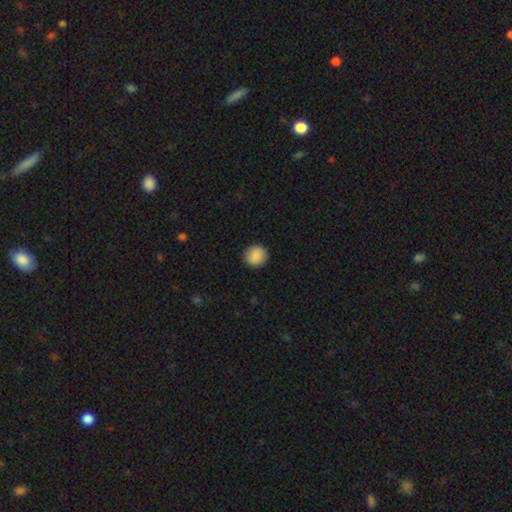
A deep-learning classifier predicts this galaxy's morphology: smooth-or-featured: smooth: 88% | star or artifact: 7% | featured or disk: 4%
  how-rounded: round: 92% | in between: 7% | cigar-shaped: 1%
  merging: none: 90% | minor disturbance: 7% | major disturbance: 2% | merger: 1%